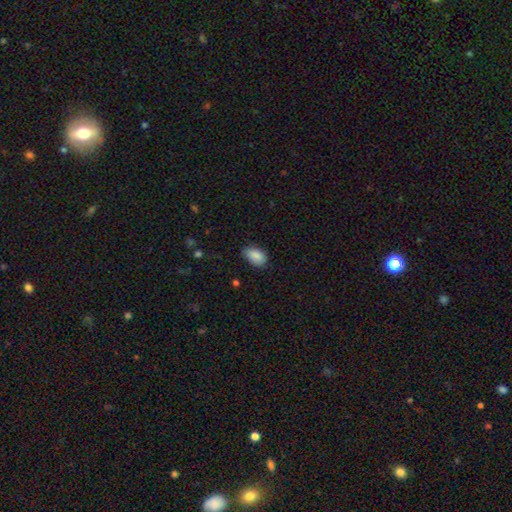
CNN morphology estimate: Smooth or featured? Predicted: smooth (p=0.88). How rounded? Predicted: in between (p=0.91). Merging? Predicted: none (p=0.74).